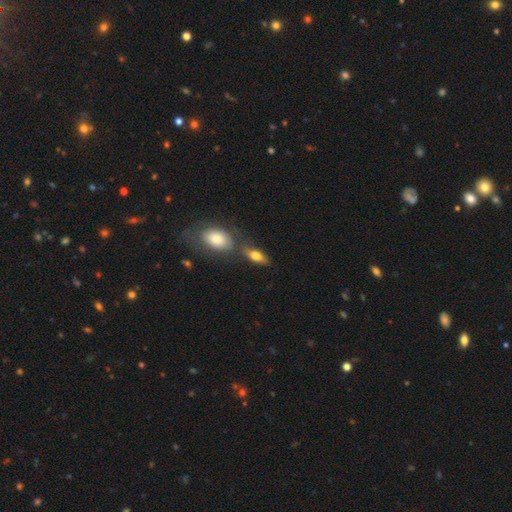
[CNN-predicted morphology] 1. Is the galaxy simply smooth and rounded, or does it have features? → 69% smooth, 24% featured or disk, 8% star or artifact.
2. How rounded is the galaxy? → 81% in between, 15% cigar-shaped, 4% round.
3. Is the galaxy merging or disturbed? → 52% none, 28% merger, 14% minor disturbance, 5% major disturbance.